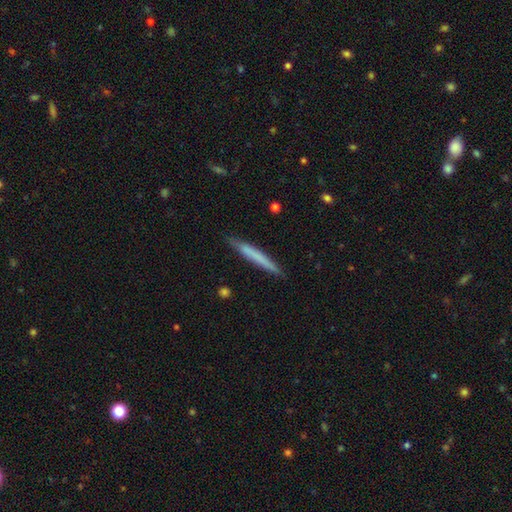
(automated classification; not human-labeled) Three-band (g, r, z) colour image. It shows a smooth galaxy with no disk features (66%) that is cigar-shaped (97%). Merging: none (88%).